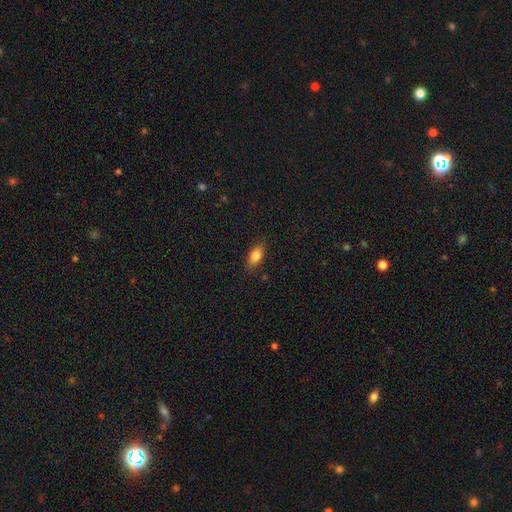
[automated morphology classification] type=smooth (81%); roundness=in between (86%); merging=none (85%).